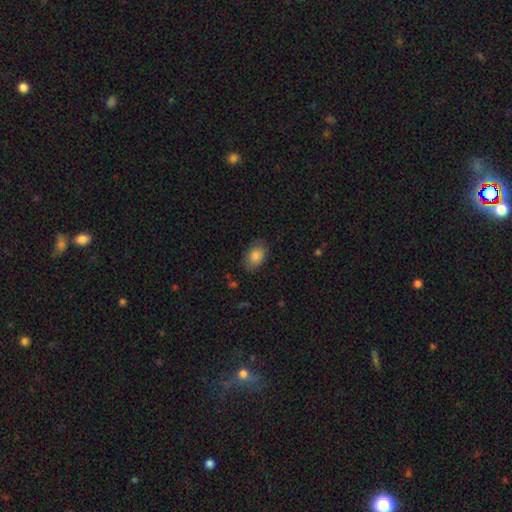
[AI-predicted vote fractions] Smooth or featured: smooth — 86% (star or artifact — 7%)
How rounded: in between — 85% (round — 14%)
Merging: none — 80% (minor disturbance — 15%)